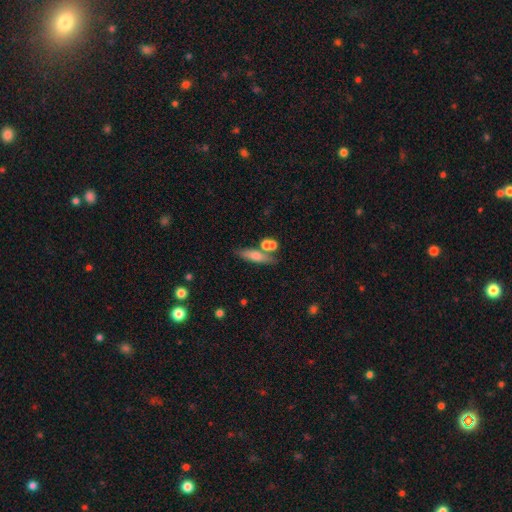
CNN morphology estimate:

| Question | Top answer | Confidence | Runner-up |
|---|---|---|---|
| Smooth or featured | smooth | 67% | featured or disk (25%) |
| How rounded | cigar-shaped | 61% | in between (34%) |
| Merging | none | 59% | merger (22%) |